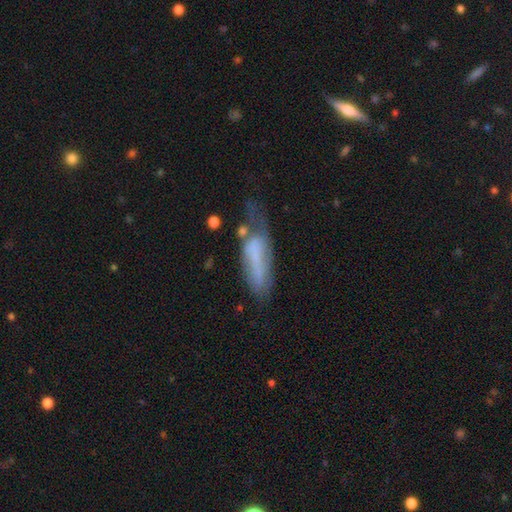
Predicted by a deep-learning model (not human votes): Smooth or featured? Predicted: smooth (p=0.51). How rounded? Predicted: cigar-shaped (p=0.51). Merging? Predicted: major disturbance (p=0.32).